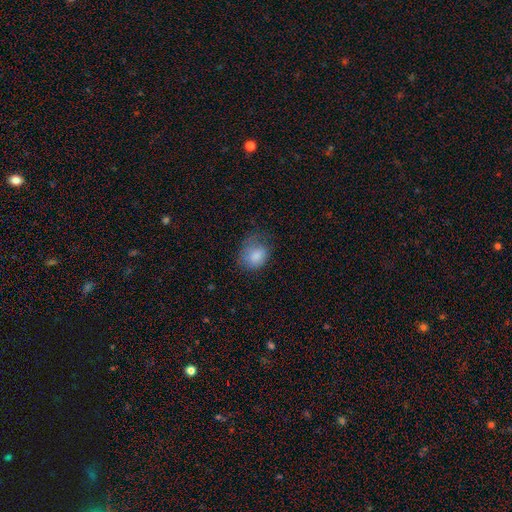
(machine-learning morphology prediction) Smooth or featured?
  - smooth: 80% *
  - featured or disk: 12%
  - star or artifact: 8%
How rounded?
  - in between: 53% *
  - round: 47%
  - cigar-shaped: 1%
Merging?
  - none: 45% *
  - minor disturbance: 31%
  - major disturbance: 23%
  - merger: 1%